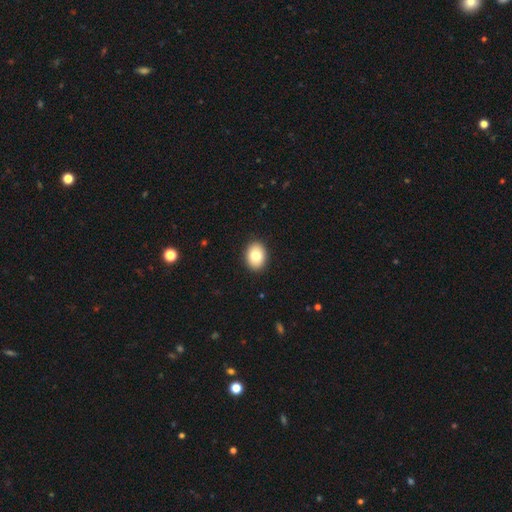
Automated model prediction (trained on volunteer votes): This appears to be a smooth galaxy with no disk features (83%) that is in between round and cigar-shaped (67%). Merging: none (91%).